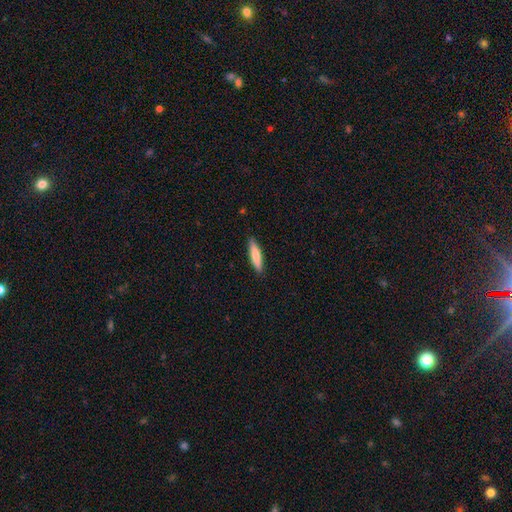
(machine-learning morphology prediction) A smooth galaxy with no disk features (77%) that is cigar-shaped (82%). Merging: none (90%).